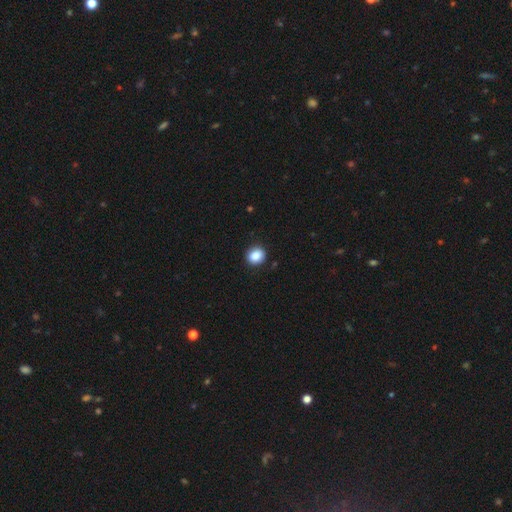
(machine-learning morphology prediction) This appears to be a smooth galaxy with no disk features (87%) that is round (77%). Merging: none (90%).